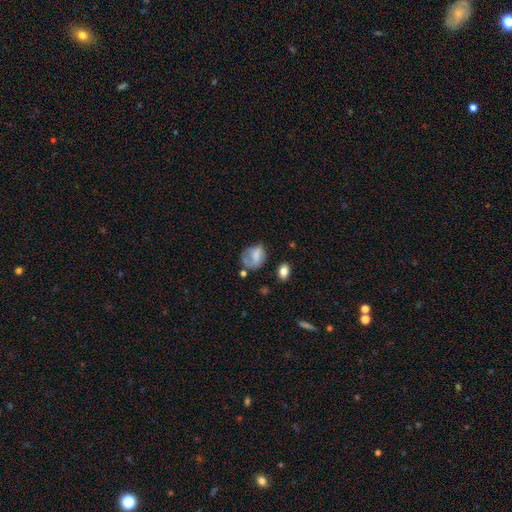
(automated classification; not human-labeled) Smooth or featured: smooth — 64% (featured or disk — 26%)
How rounded: in between — 50% (round — 49%)
Merging: none — 39% (minor disturbance — 30%)